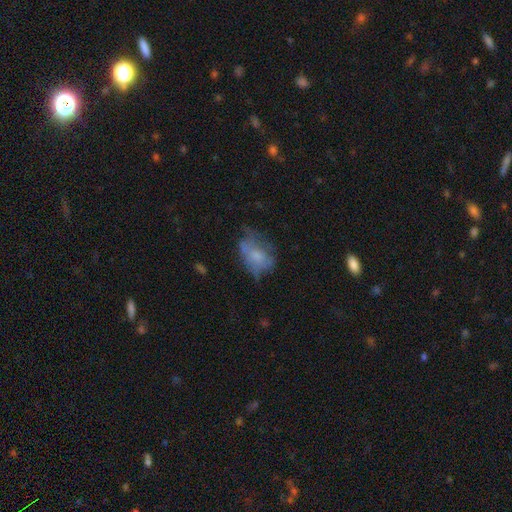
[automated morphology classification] This is possibly a smooth galaxy (53%). How rounded: likely in between (78%). Merging: marginally none (41%).